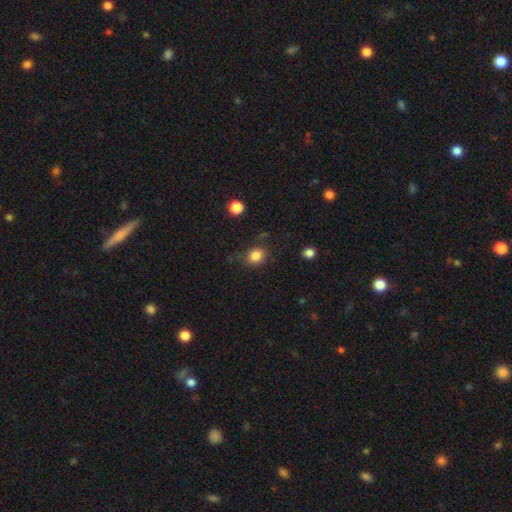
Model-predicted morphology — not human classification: Smooth or featured?
  - smooth: 84% *
  - star or artifact: 10%
  - featured or disk: 6%
How rounded?
  - round: 60% *
  - in between: 39%
  - cigar-shaped: 1%
Merging?
  - none: 73% *
  - minor disturbance: 18%
  - major disturbance: 6%
  - merger: 3%